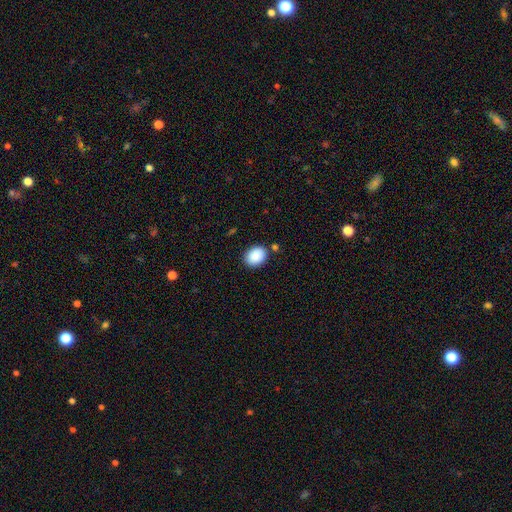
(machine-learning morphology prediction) Smooth or featured? Predicted: smooth (p=0.90). How rounded? Predicted: in between (p=0.64). Merging? Predicted: none (p=0.84).